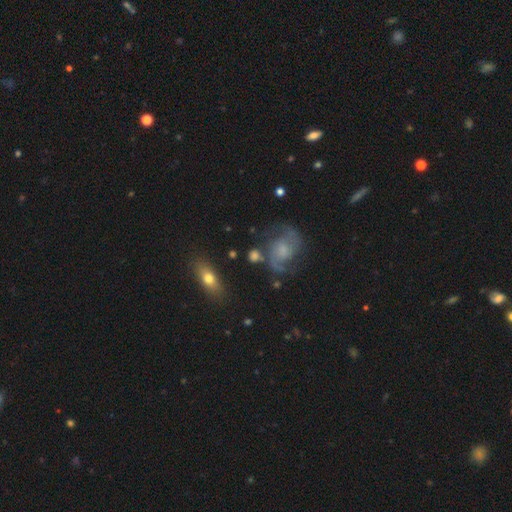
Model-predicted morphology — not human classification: The model was most divided on "bulge size": small: 35%, moderate: 29%, none: 25%, large: 9%, dominant: 2%. More confident: edge-on disk — no (96%); spiral arms — yes (92%); spiral arm count — 2 (87%); smooth or featured — featured or disk (74%); merging — none (64%); bar — no (56%); spiral winding — medium (51%).